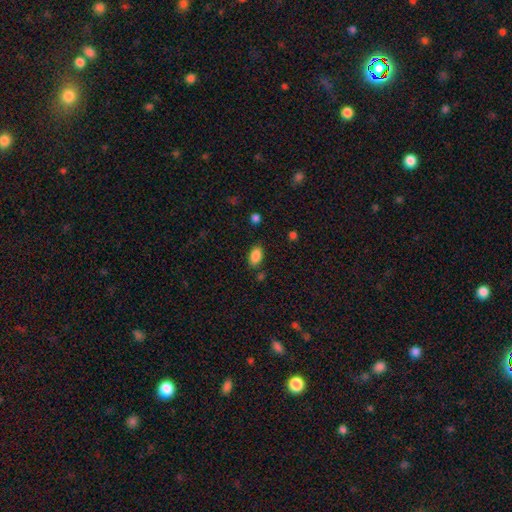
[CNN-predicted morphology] A smooth galaxy with no disk features (87%) that is in between round and cigar-shaped (92%).

Vote fractions:
- Smooth or featured? smooth: 87% / star or artifact: 8% / featured or disk: 4%
- How rounded? in between: 92% / round: 5% / cigar-shaped: 3%
- Merging? none: 81% / minor disturbance: 12% / major disturbance: 3% / merger: 3%